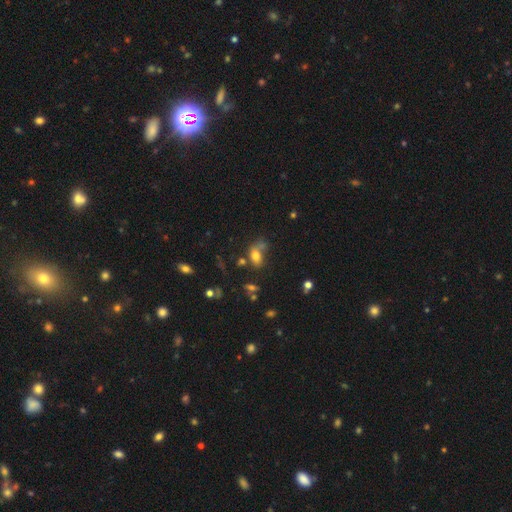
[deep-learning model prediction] A smooth galaxy with no disk features (73%) that is in between round and cigar-shaped (79%).

Vote fractions:
- Smooth or featured? smooth: 73% / star or artifact: 14% / featured or disk: 13%
- How rounded? in between: 79% / round: 18% / cigar-shaped: 3%
- Merging? none: 39% / minor disturbance: 23% / merger: 20% / major disturbance: 18%